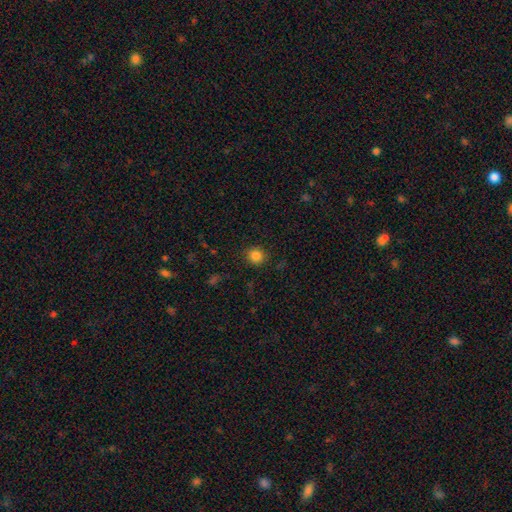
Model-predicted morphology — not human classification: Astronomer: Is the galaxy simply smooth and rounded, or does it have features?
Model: smooth — 84%.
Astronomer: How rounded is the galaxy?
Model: round — 88%.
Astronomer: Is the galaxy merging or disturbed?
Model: none — 89%.